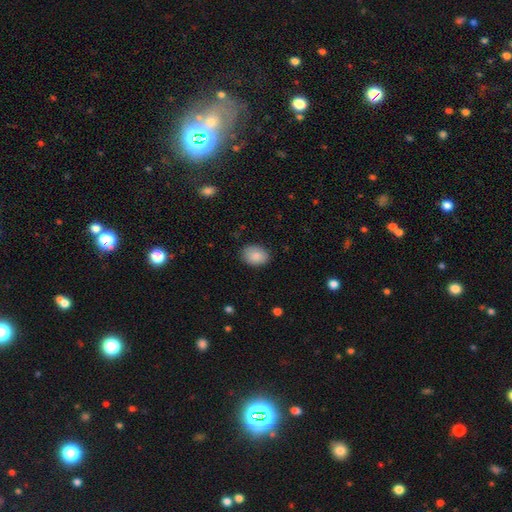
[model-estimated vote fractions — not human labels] Smooth or featured: smooth — 88% (star or artifact — 7%)
How rounded: in between — 76% (round — 23%)
Merging: none — 84% (minor disturbance — 12%)